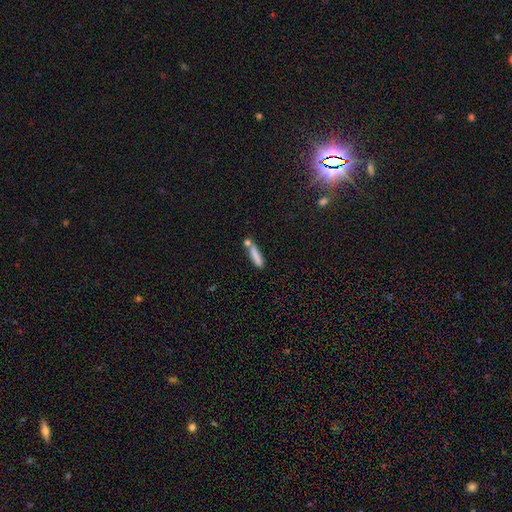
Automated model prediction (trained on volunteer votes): Smooth or featured? smooth (81%)
How rounded? cigar-shaped (80%)
Merging? none (57%)